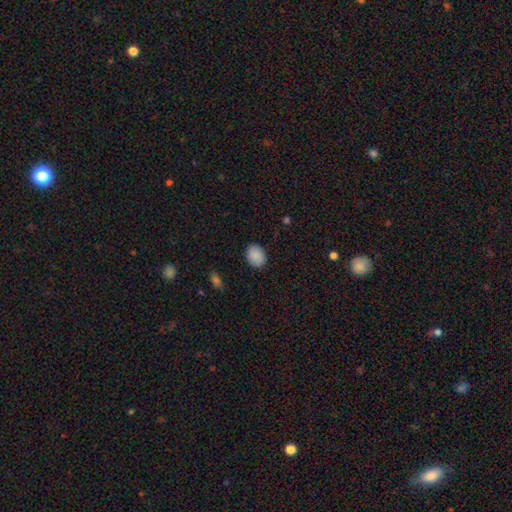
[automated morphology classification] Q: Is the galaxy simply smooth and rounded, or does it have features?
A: smooth — 89%.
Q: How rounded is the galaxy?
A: in between — 63%.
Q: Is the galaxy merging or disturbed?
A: none — 87%.